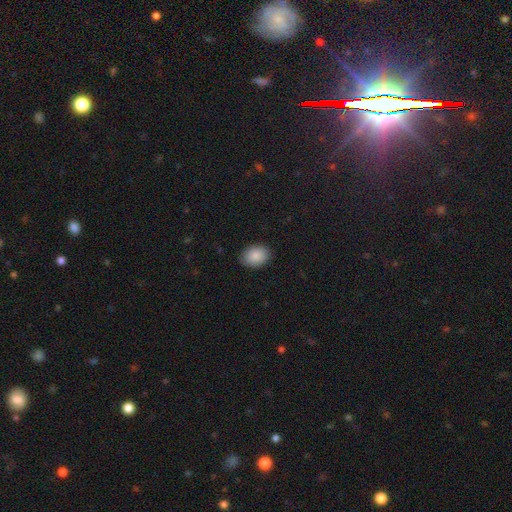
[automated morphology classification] smooth_or_featured: smooth (p=0.89) [alt: star or artifact p=0.07]
how_rounded: in between (p=0.74) [alt: round p=0.25]
merging: none (p=0.89) [alt: minor disturbance p=0.08]